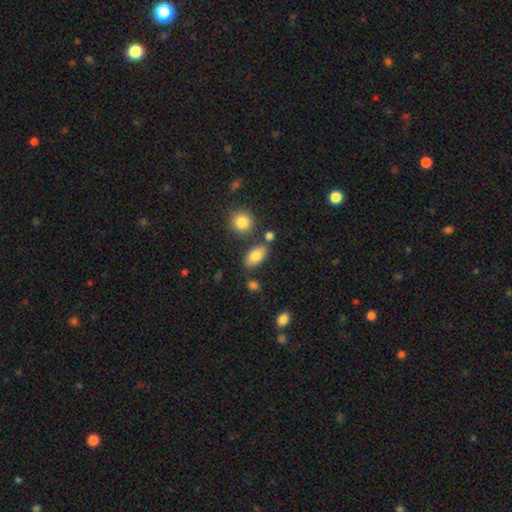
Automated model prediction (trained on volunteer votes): A smooth galaxy with no disk features (80%) that is in between round and cigar-shaped (89%). Merging: none (74%).